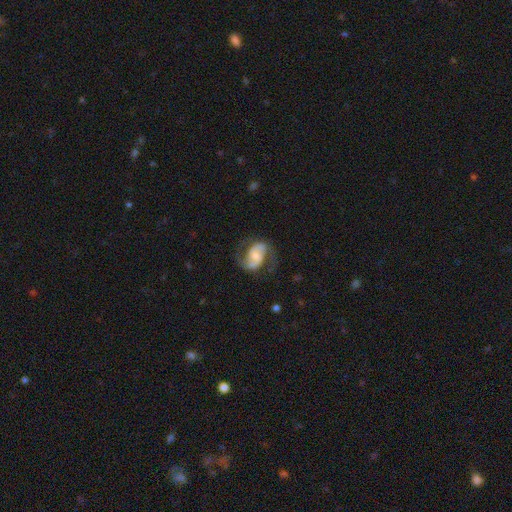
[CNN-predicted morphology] Smooth or featured? featured or disk (80%)
Edge-on disk? no (98%)
Bar? no (44%)
Spiral arms? yes (95%)
Spiral winding? medium (50%)
Spiral arm count? 2 (91%)
Bulge size? small (40%)
Merging? none (69%)